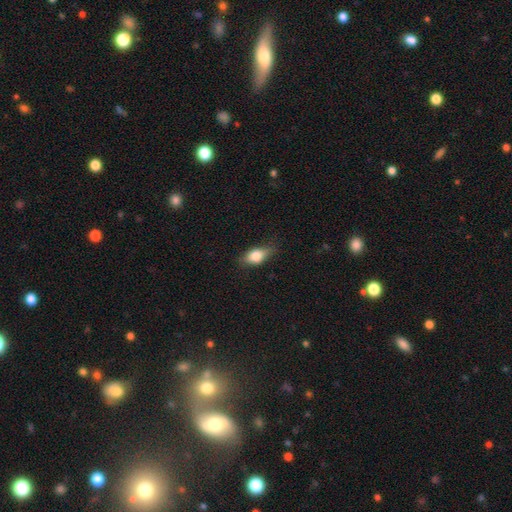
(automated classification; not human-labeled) This appears to be a smooth galaxy with no disk features (75%) that is in between round and cigar-shaped (78%). Merging: none (69%).